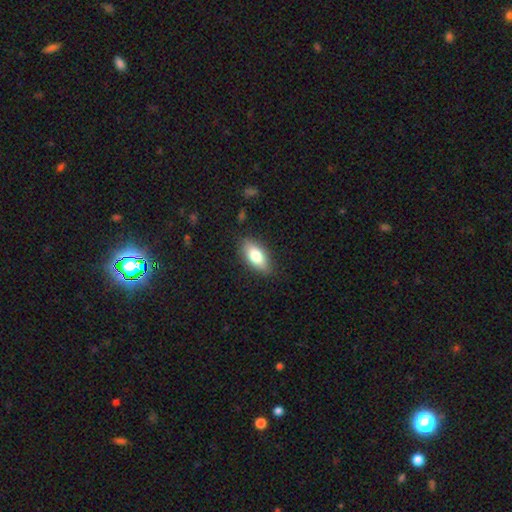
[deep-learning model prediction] The model was most divided on "smooth or featured": smooth: 75%, featured or disk: 18%, star or artifact: 7%. More confident: how rounded — in between (86%); merging — none (85%).